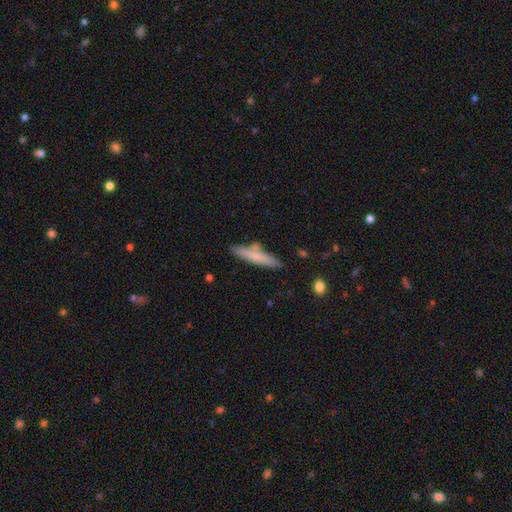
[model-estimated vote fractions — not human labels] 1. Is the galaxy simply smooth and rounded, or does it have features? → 66% smooth, 28% featured or disk, 6% star or artifact.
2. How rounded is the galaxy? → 89% cigar-shaped, 10% in between, 2% round.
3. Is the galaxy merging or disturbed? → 77% none, 13% minor disturbance, 7% merger, 3% major disturbance.